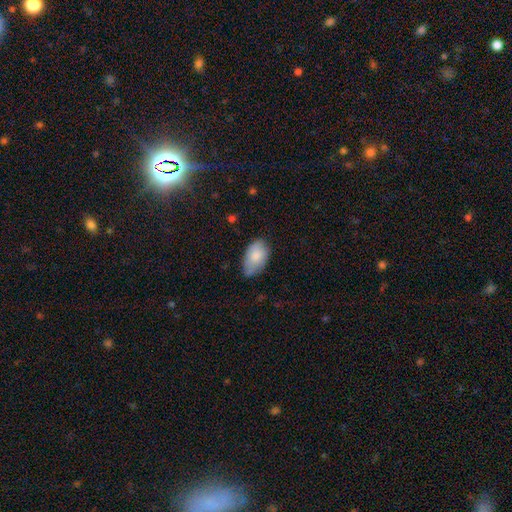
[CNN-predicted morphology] smooth 78%, featured or disk 16%, star or artifact 6%. Down the decision tree: how rounded — in between (94%); merging — none (62%).